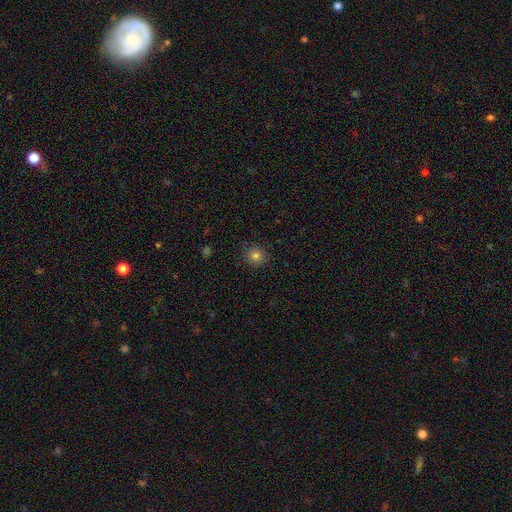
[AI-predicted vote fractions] Q: Smooth or featured?
A: smooth (81%); runner-up: star or artifact (13%)
Q: How rounded?
A: round (91%); runner-up: in between (8%)
Q: Merging?
A: none (89%); runner-up: minor disturbance (8%)